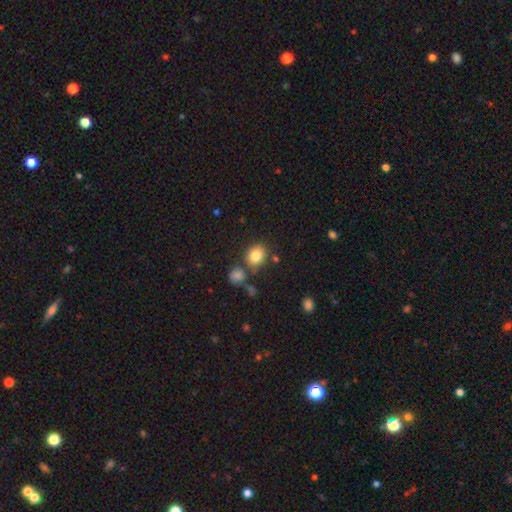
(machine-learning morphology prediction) This appears to be a smooth galaxy with no disk features (82%) that is round (60%). Merging: none (73%).